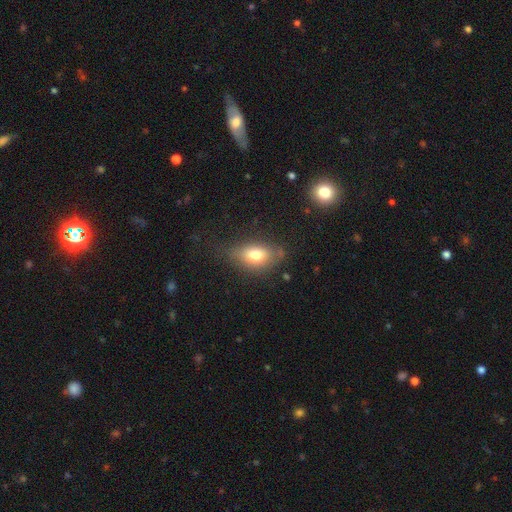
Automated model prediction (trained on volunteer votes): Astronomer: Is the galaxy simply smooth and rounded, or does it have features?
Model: smooth — 75%.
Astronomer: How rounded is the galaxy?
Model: in between — 81%.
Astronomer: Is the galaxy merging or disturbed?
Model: none — 67%.